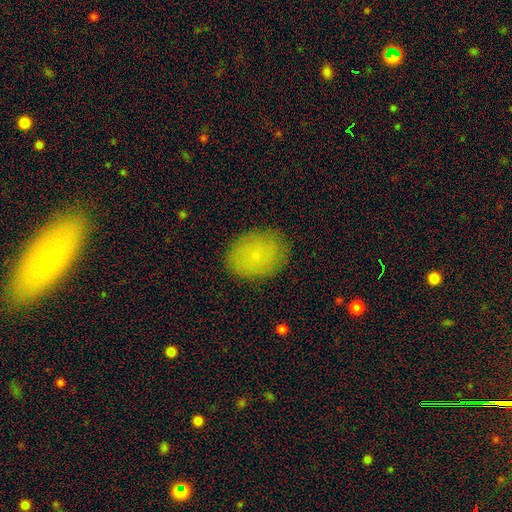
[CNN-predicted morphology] This is likely a smooth galaxy (75%). How rounded: likely in between (63%). Merging: clearly none (83%).